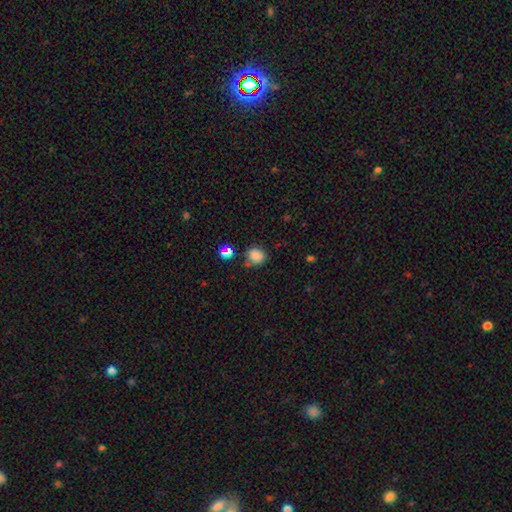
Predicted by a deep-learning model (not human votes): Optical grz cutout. It shows a smooth galaxy with no disk features (82%) that is round (67%). Merging: none (74%).